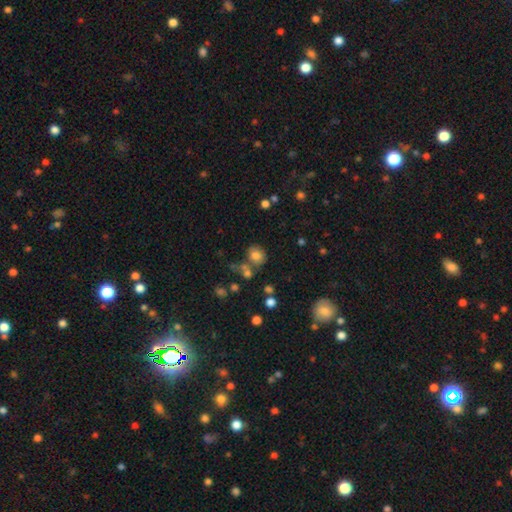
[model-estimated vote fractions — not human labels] This appears to be a smooth galaxy with no disk features (77%) that is round (67%). Merging: none (64%).